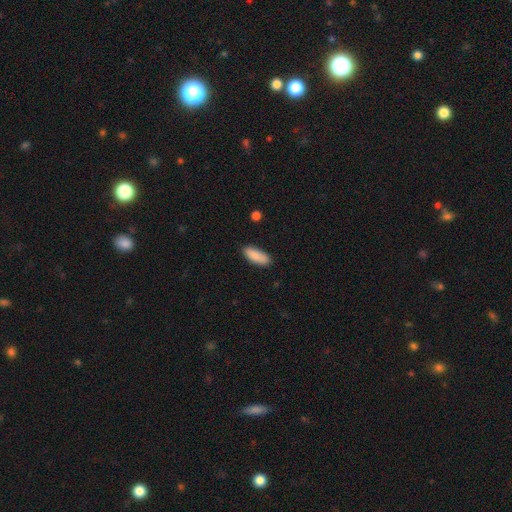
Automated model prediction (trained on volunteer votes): Smooth or featured? Predicted: smooth (p=0.88). How rounded? Predicted: in between (p=0.77). Merging? Predicted: none (p=0.84).